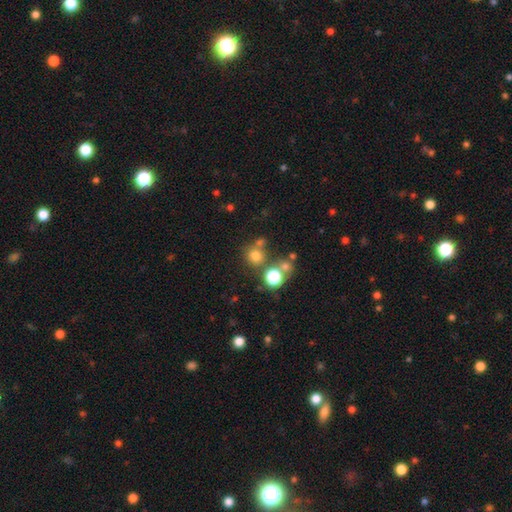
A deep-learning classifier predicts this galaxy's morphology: A smooth galaxy with no disk features (71%) that is round (90%). Merging: none (67%).